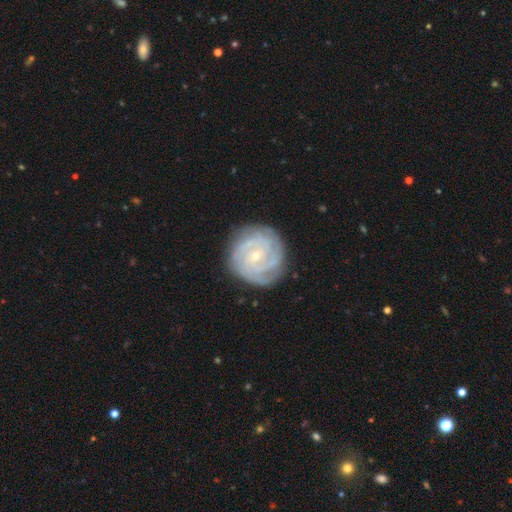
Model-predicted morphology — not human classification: Q: Smooth or featured?
A: featured or disk (88%); runner-up: smooth (7%)
Q: Edge-on disk?
A: no (98%); runner-up: yes (2%)
Q: Bar?
A: no (62%); runner-up: weak (29%)
Q: Spiral arms?
A: yes (98%); runner-up: no (2%)
Q: Spiral winding?
A: tight (80%); runner-up: medium (18%)
Q: Spiral arm count?
A: 3 (29%); runner-up: 4 (26%)
Q: Bulge size?
A: small (80%); runner-up: moderate (17%)
Q: Merging?
A: none (84%); runner-up: minor disturbance (12%)